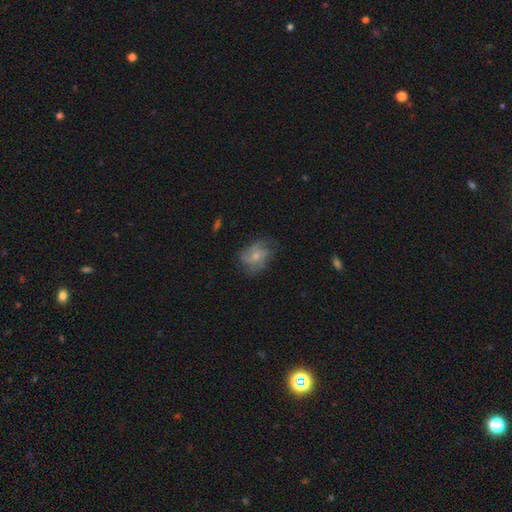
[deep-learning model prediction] Smooth or featured? Predicted: featured or disk (p=0.60). Edge-on disk? Predicted: no (p=0.97). Bar? Predicted: no (p=0.75). Spiral arms? Predicted: yes (p=0.84). Bulge size? Predicted: small (p=0.56). Merging? Predicted: none (p=0.60).